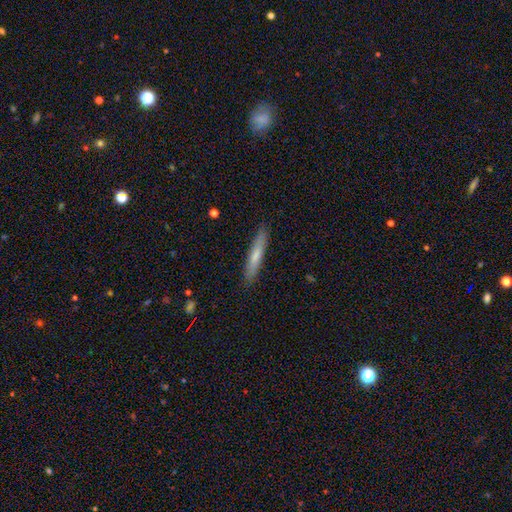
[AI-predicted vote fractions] Q: Smooth or featured?
A: smooth (67%); runner-up: featured or disk (28%)
Q: How rounded?
A: cigar-shaped (92%); runner-up: in between (6%)
Q: Merging?
A: none (89%); runner-up: minor disturbance (9%)